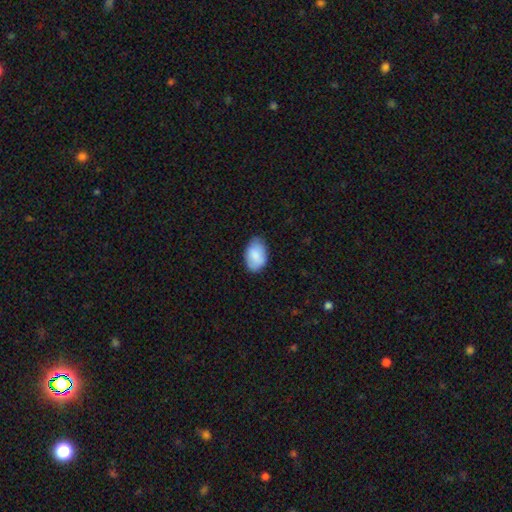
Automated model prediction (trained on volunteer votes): A smooth galaxy with no disk features (85%) that is in between round and cigar-shaped (91%). Merging: none (72%).